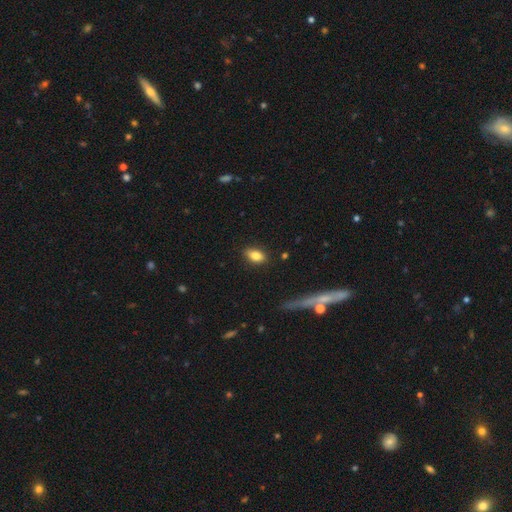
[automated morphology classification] Smooth or featured: smooth — 81% (featured or disk — 11%)
How rounded: in between — 87% (round — 8%)
Merging: none — 86% (minor disturbance — 10%)